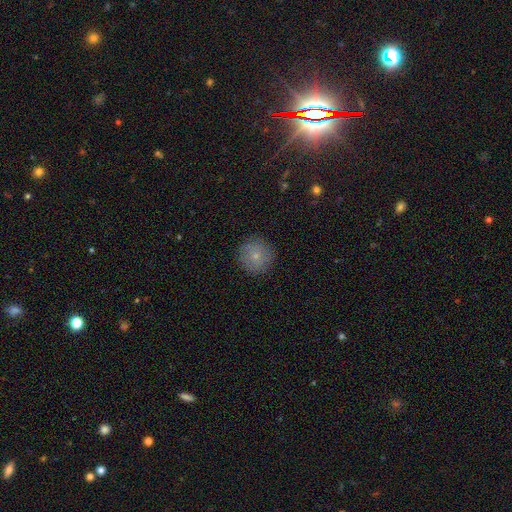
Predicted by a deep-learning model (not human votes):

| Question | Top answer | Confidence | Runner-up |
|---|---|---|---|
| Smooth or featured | smooth | 75% | featured or disk (16%) |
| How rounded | round | 95% | in between (4%) |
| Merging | none | 87% | minor disturbance (9%) |